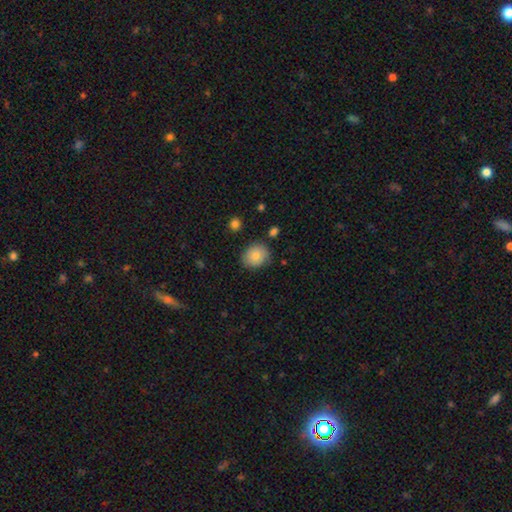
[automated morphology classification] Smooth or featured? smooth (83%)
How rounded? round (59%)
Merging? none (81%)